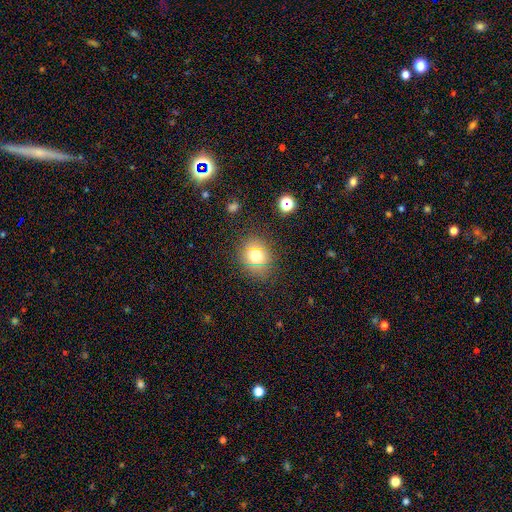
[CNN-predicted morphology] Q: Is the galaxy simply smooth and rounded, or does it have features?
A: smooth — 66%.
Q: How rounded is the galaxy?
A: round — 70%.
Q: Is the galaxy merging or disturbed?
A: none — 82%.